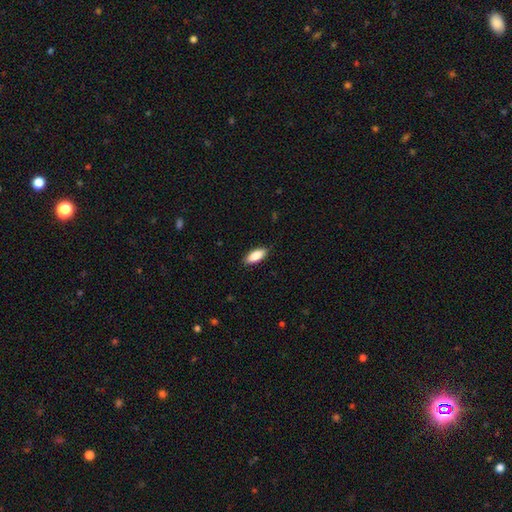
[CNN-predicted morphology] This is clearly a smooth galaxy (86%). How rounded: clearly in between (80%). Merging: clearly none (86%).